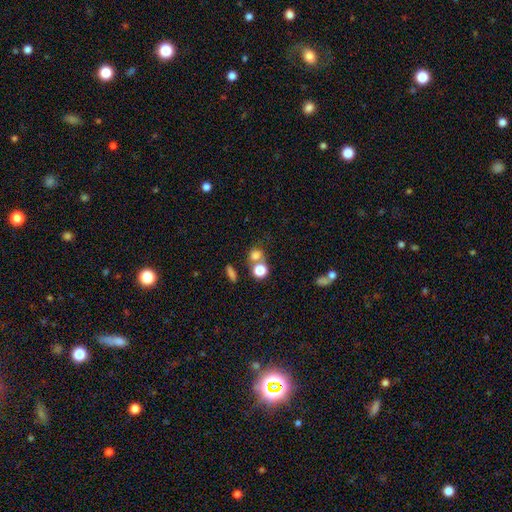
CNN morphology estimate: Smooth or featured: smooth — 76% (star or artifact — 15%)
How rounded: round — 76% (in between — 23%)
Merging: none — 49% (merger — 37%)